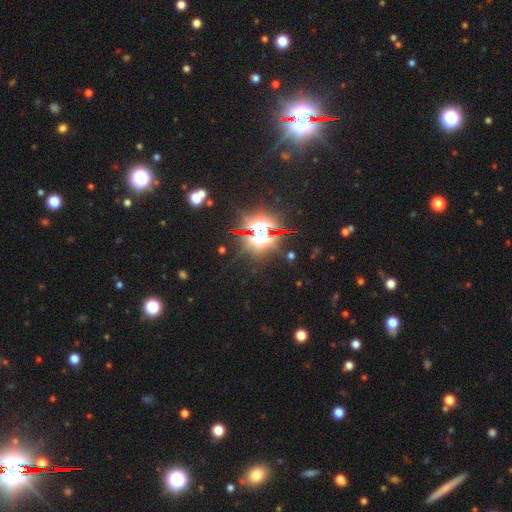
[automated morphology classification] smooth_or_featured: star or artifact (p=0.83) [alt: smooth p=0.10]